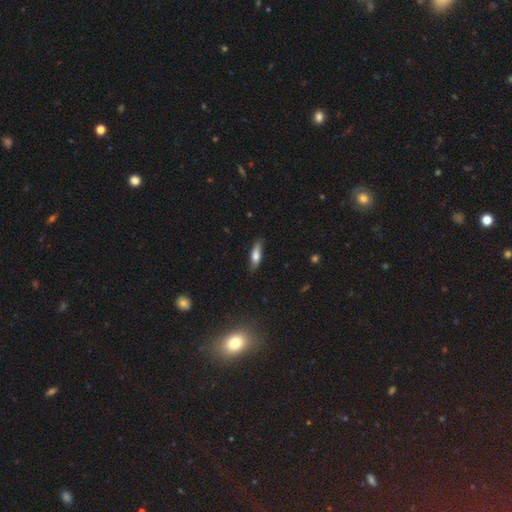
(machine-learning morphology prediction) Smooth or featured: smooth — 69% (featured or disk — 24%)
How rounded: cigar-shaped — 55% (in between — 43%)
Merging: none — 80% (minor disturbance — 16%)